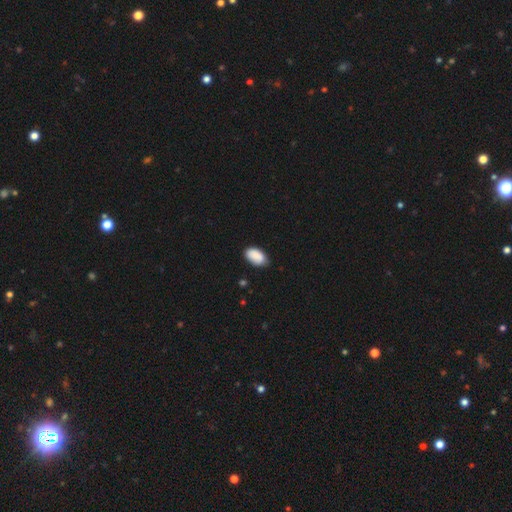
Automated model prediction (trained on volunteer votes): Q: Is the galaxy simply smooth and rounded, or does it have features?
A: smooth — 89%.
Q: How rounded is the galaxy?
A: in between — 94%.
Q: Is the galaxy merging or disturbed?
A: none — 77%.